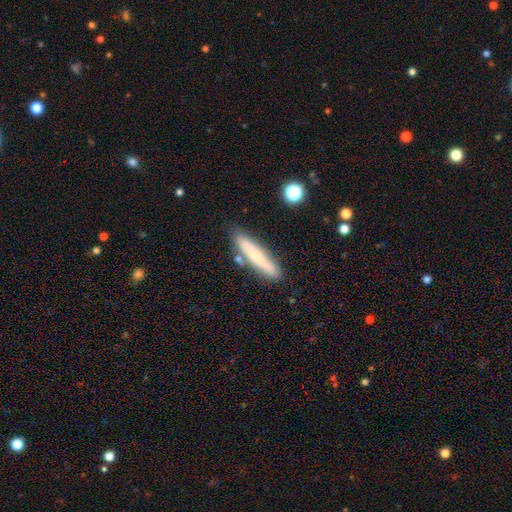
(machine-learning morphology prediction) A smooth galaxy with no disk features (70%) that is cigar-shaped (89%).

Vote fractions:
- Smooth or featured? smooth: 70% / featured or disk: 22% / star or artifact: 7%
- How rounded? cigar-shaped: 89% / in between: 10% / round: 1%
- Merging? none: 81% / minor disturbance: 12% / merger: 5% / major disturbance: 2%